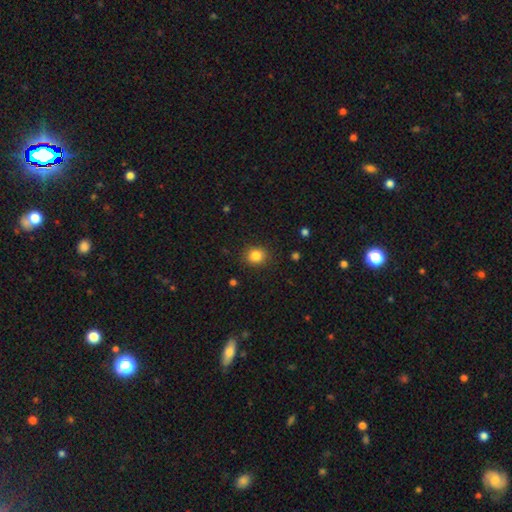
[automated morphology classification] Overall: smooth (84%). How rounded: round (76%). Merging: none (88%).